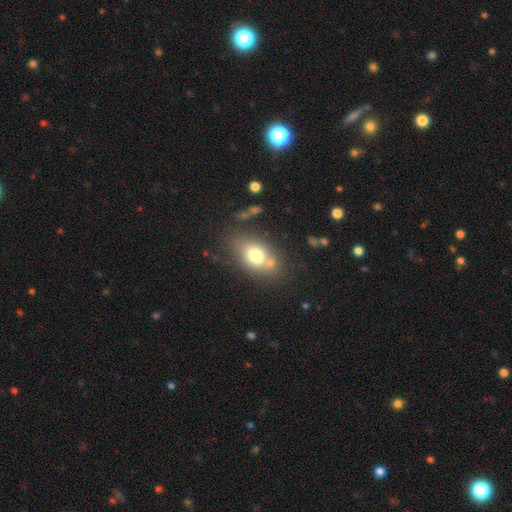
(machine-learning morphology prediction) smooth_or_featured: smooth (p=0.73) [alt: featured or disk p=0.17]
how_rounded: in between (p=0.78) [alt: round p=0.20]
merging: none (p=0.63) [alt: minor disturbance p=0.16]